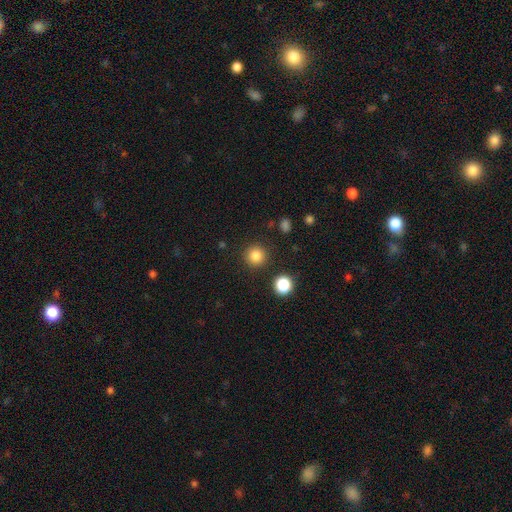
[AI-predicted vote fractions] This is clearly a smooth galaxy (84%). How rounded: clearly round (95%). Merging: clearly none (90%).